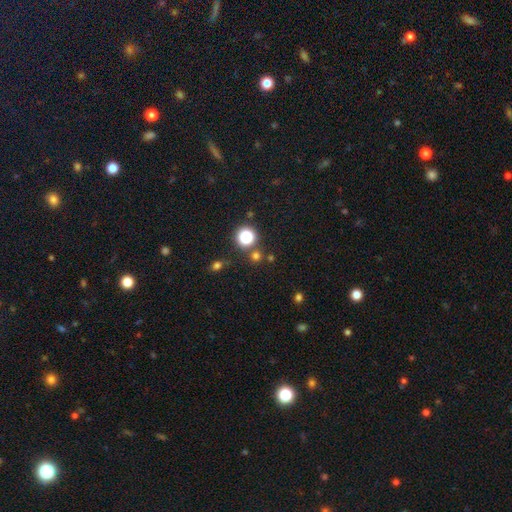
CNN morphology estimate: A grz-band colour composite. It shows a smooth galaxy with no disk features (62%) that is round (91%). Merging: none (78%).